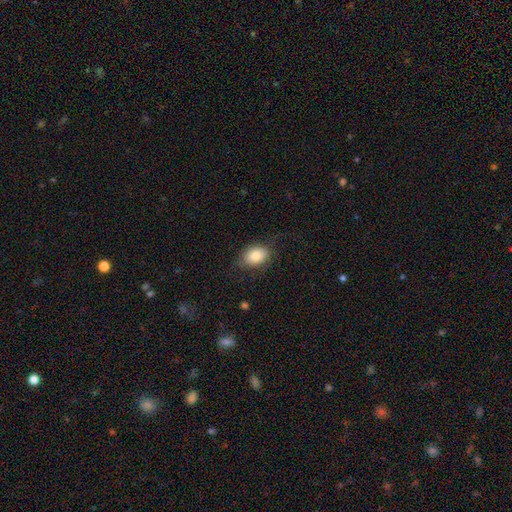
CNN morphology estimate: smooth_or_featured: smooth (p=0.82) [alt: featured or disk p=0.10]
how_rounded: in between (p=0.82) [alt: round p=0.16]
merging: none (p=0.74) [alt: minor disturbance p=0.18]